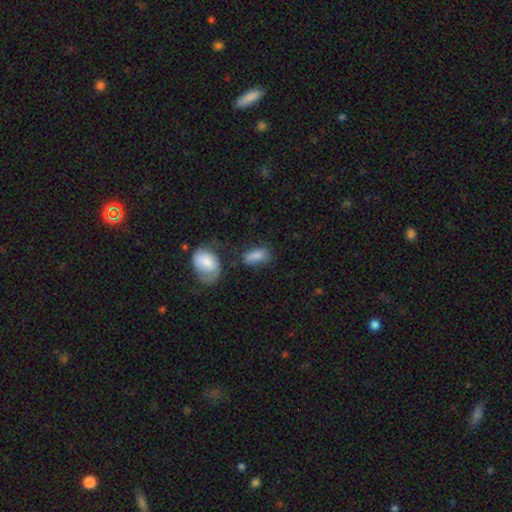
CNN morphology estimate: Overall: smooth (79%). How rounded: in between (88%). Merging: none (48%; minor disturbance 22%).